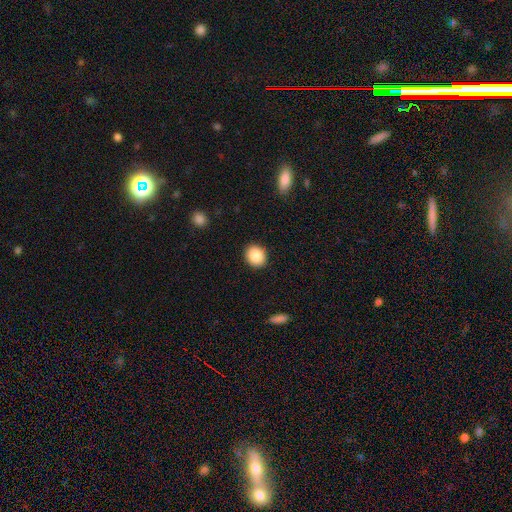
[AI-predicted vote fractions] This is clearly a smooth galaxy (87%). How rounded: likely round (69%). Merging: clearly none (91%).